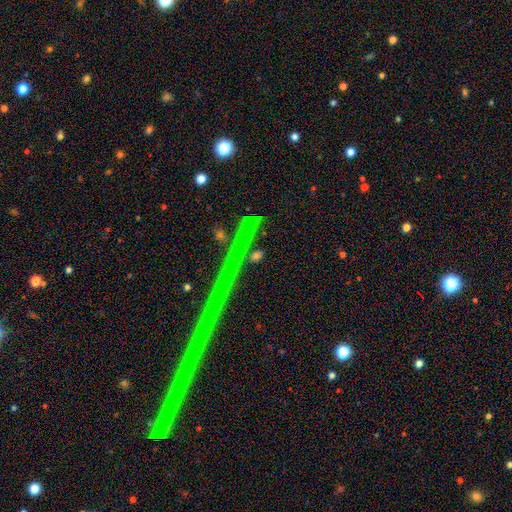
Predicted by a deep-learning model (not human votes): A star or artifact, not a galaxy (68%).

Vote fractions:
- Smooth or featured? star or artifact: 68% / smooth: 17% / featured or disk: 15%